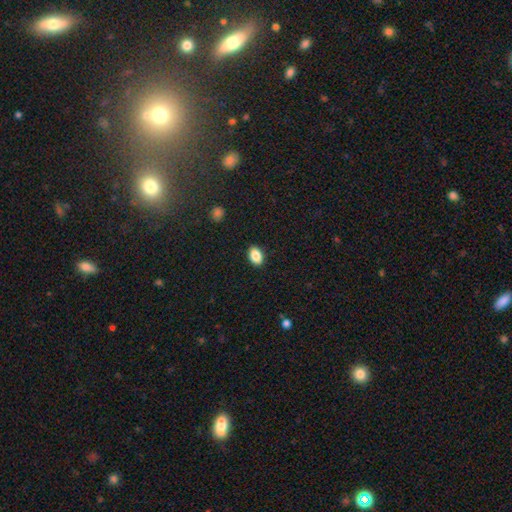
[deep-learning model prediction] A smooth galaxy with no disk features (87%) that is in between round and cigar-shaped (87%).

Vote fractions:
- Smooth or featured? smooth: 87% / star or artifact: 8% / featured or disk: 5%
- How rounded? in between: 87% / round: 12% / cigar-shaped: 1%
- Merging? none: 90% / minor disturbance: 7% / major disturbance: 2% / merger: 1%